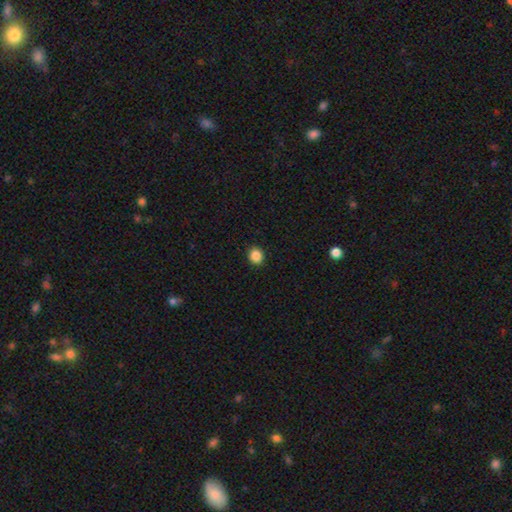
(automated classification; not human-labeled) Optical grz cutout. It shows a smooth galaxy with no disk features (87%) that is round (79%). Merging: none (92%).